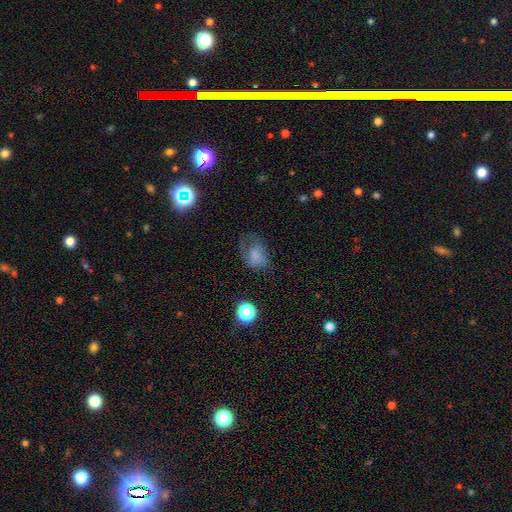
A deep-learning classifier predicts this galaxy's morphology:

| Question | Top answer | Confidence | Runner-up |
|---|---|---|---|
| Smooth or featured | smooth | 59% | featured or disk (28%) |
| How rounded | in between | 71% | round (28%) |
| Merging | none | 39% | major disturbance (31%) |